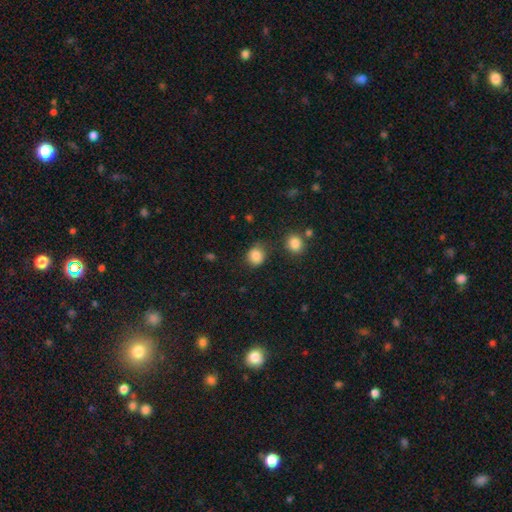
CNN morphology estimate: Smooth or featured: smooth — 86% (star or artifact — 10%)
How rounded: round — 79% (in between — 20%)
Merging: none — 72% (minor disturbance — 18%)